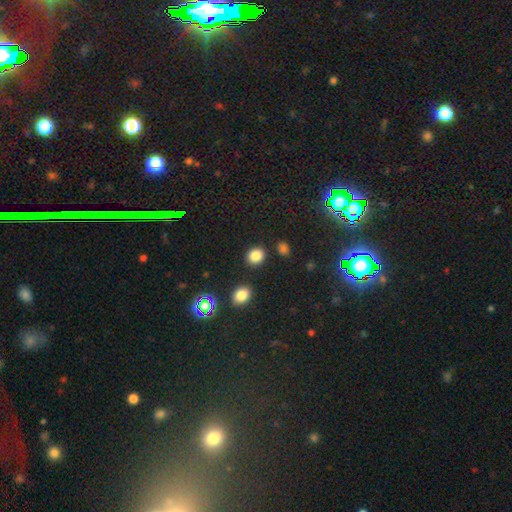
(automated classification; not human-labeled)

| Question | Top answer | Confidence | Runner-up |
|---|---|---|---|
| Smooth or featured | smooth | 83% | star or artifact (13%) |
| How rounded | round | 73% | in between (26%) |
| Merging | none | 85% | minor disturbance (8%) |